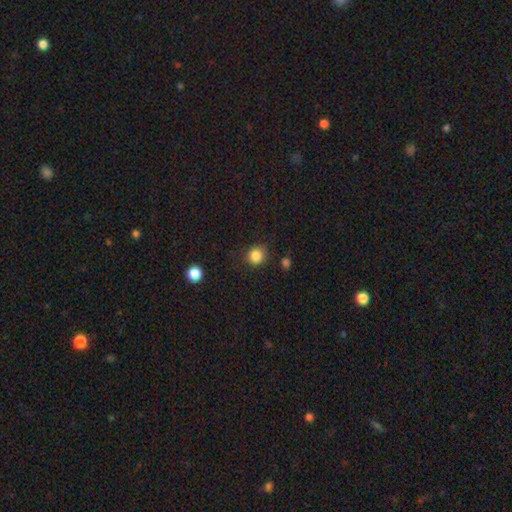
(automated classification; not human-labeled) Smooth or featured? smooth (85%)
How rounded? round (89%)
Merging? none (84%)